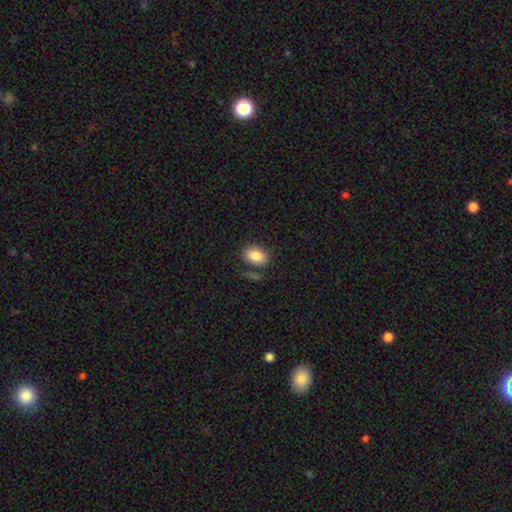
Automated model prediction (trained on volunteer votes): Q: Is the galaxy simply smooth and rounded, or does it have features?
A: smooth — 85%.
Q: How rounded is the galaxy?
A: in between — 85%.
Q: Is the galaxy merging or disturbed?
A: none — 73%.